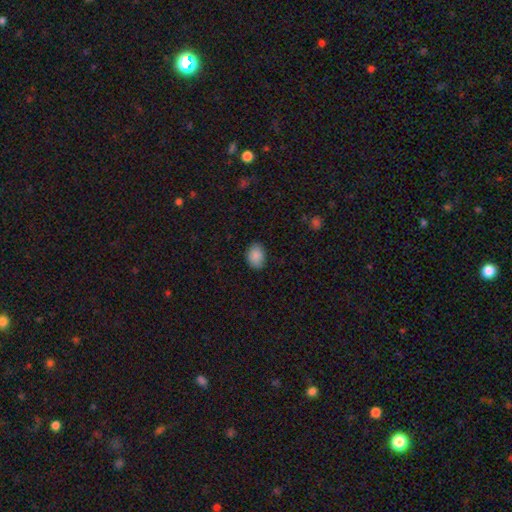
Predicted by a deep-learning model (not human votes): Smooth or featured? smooth (88%)
How rounded? in between (68%)
Merging? none (83%)